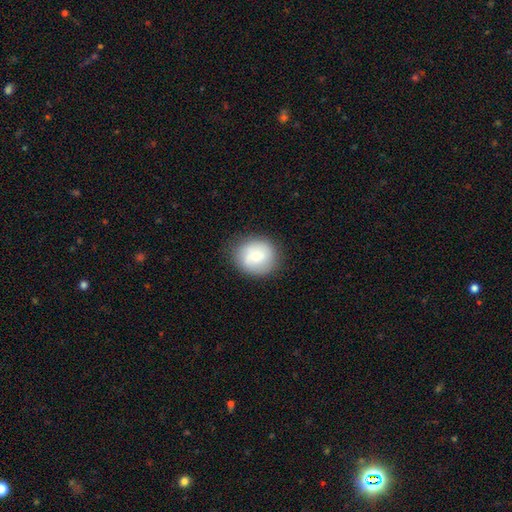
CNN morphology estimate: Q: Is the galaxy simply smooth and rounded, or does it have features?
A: smooth — 68%.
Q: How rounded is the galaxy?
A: round — 83%.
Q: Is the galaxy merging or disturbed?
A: none — 81%.